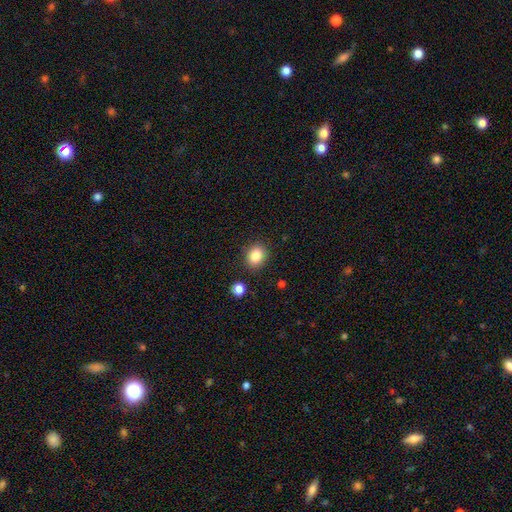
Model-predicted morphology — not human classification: Smooth or featured?
  - smooth: 85% *
  - star or artifact: 10%
  - featured or disk: 5%
How rounded?
  - round: 59% *
  - in between: 40%
  - cigar-shaped: 1%
Merging?
  - none: 87% *
  - minor disturbance: 8%
  - merger: 3%
  - major disturbance: 2%